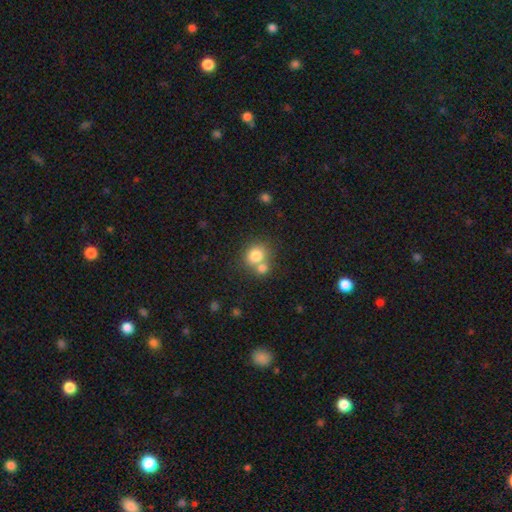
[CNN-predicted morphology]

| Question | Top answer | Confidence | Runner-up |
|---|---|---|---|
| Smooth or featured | smooth | 79% | star or artifact (11%) |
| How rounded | round | 80% | in between (19%) |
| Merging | none | 49% | merger (39%) |